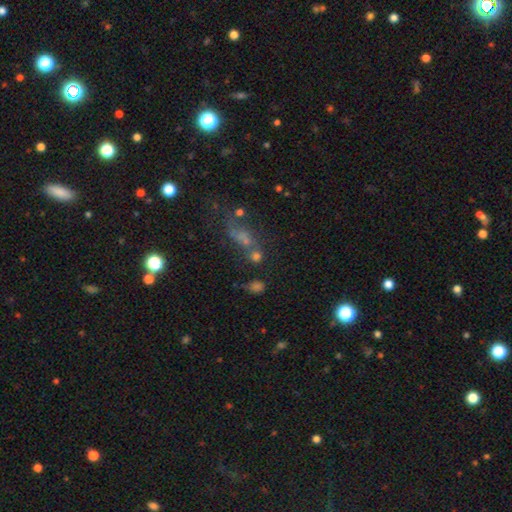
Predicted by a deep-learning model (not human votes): The model was most divided on "merging": none: 41%, merger: 27%, major disturbance: 17%, minor disturbance: 15%. Remaining: smooth or featured — smooth (47%).